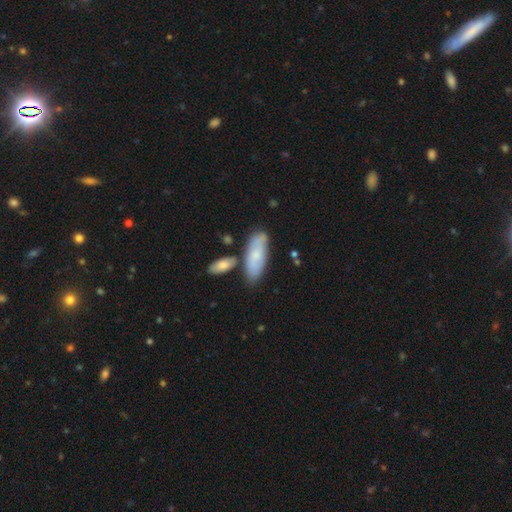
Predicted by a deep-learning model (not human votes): Smooth or featured? Predicted: smooth (p=0.65). How rounded? Predicted: in between (p=0.78). Merging? Predicted: none (p=0.66).